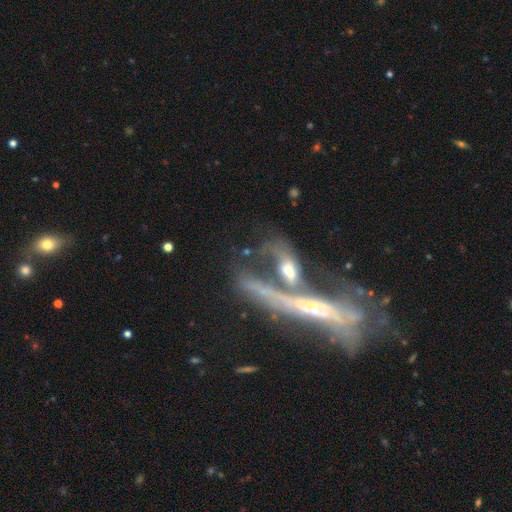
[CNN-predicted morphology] Q: Smooth or featured?
A: featured or disk (71%); runner-up: smooth (18%)
Q: Edge-on disk?
A: yes (55%); runner-up: no (45%)
Q: Merging?
A: merger (56%); runner-up: none (20%)